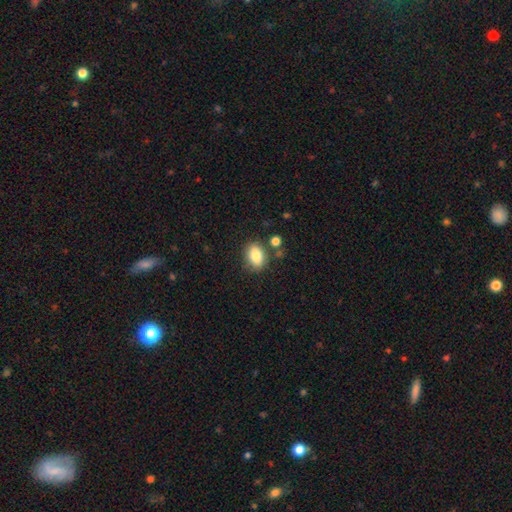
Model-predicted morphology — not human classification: smooth-or-featured: smooth: 82% | featured or disk: 9% | star or artifact: 9%
  how-rounded: in between: 77% | round: 22% | cigar-shaped: 2%
  merging: none: 77% | minor disturbance: 13% | merger: 7% | major disturbance: 3%